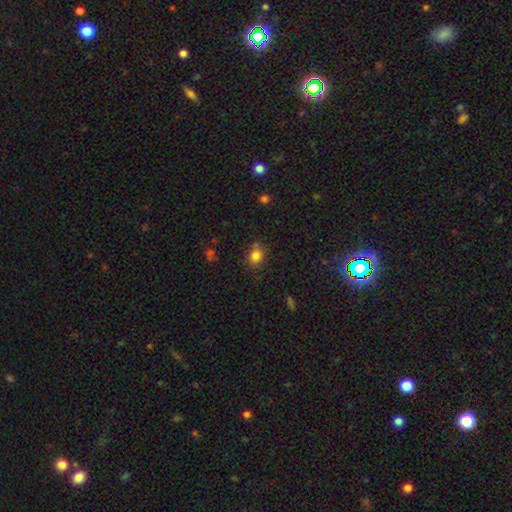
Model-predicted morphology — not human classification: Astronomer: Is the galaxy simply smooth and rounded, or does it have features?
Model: smooth — 82%.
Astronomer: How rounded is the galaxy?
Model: round — 65%.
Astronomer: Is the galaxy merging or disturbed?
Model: none — 72%.